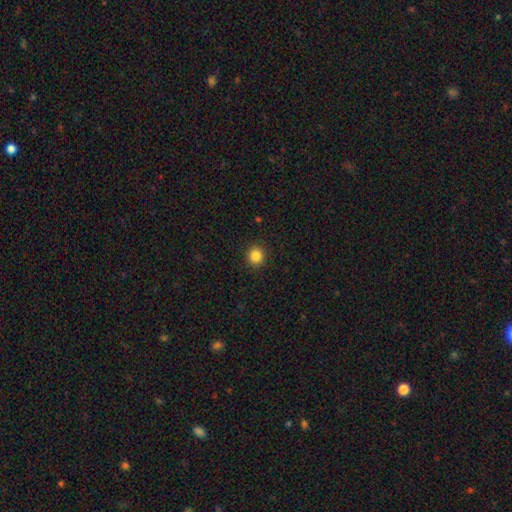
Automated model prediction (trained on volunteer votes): A smooth galaxy with no disk features (85%) that is round (90%). Merging: none (92%).